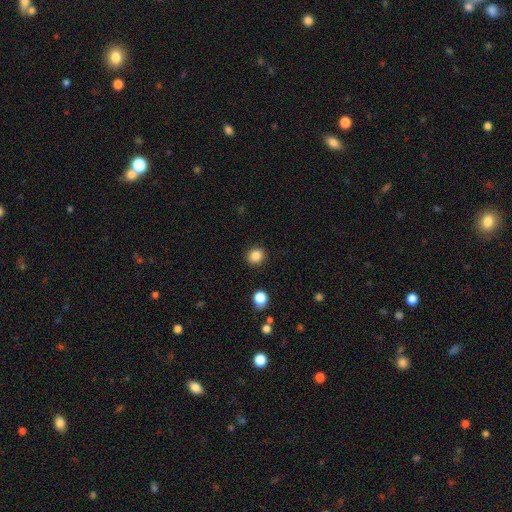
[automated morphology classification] Smooth or featured? Predicted: smooth (p=0.86). How rounded? Predicted: round (p=0.84). Merging? Predicted: none (p=0.90).